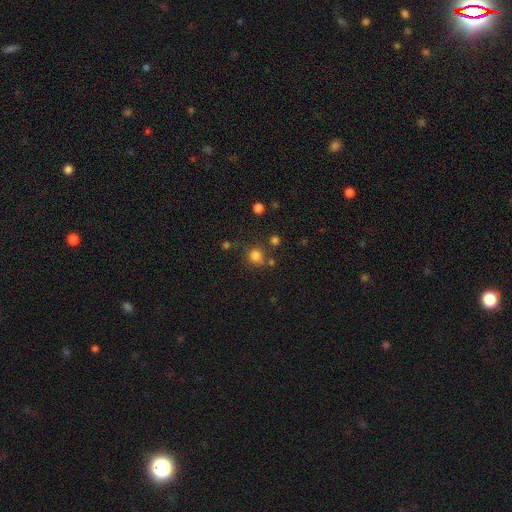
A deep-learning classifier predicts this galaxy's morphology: Smooth or featured? smooth (79%)
How rounded? round (85%)
Merging? none (71%)